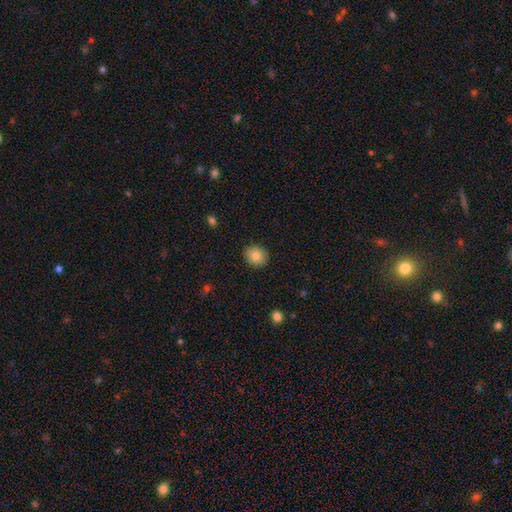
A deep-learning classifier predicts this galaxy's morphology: Overall: smooth (82%). How rounded: round (82%). Merging: none (91%).